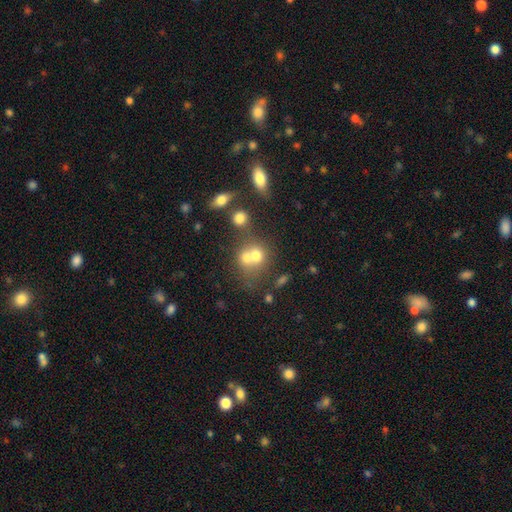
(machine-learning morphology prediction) The model was most divided on "merging": merger: 58%, none: 29%, minor disturbance: 8%, major disturbance: 5%. More confident: how rounded — round (69%); smooth or featured — smooth (65%).